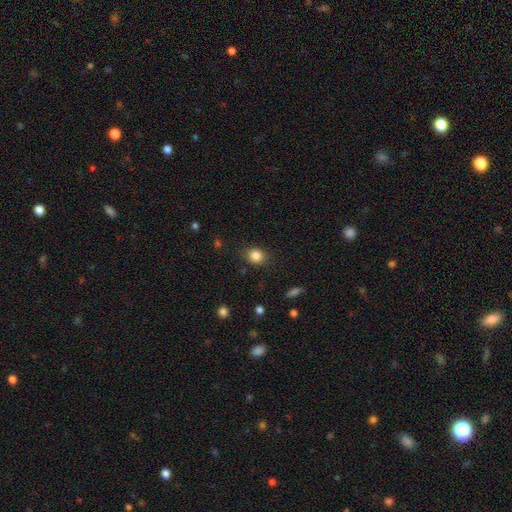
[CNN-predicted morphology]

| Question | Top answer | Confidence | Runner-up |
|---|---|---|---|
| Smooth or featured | smooth | 84% | star or artifact (10%) |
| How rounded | round | 62% | in between (37%) |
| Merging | none | 83% | minor disturbance (12%) |